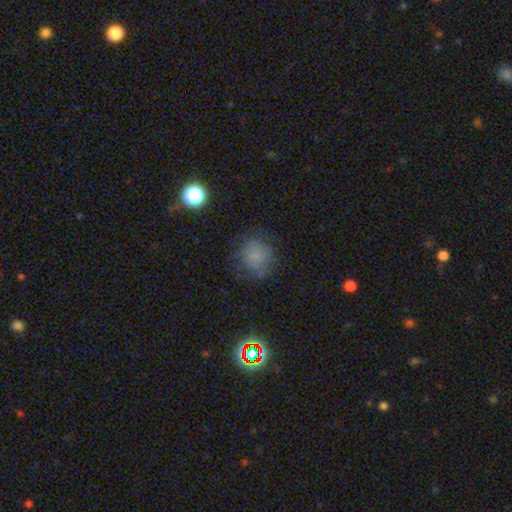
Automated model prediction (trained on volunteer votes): A smooth galaxy with no disk features (72%) that is round (88%). Merging: none (71%).